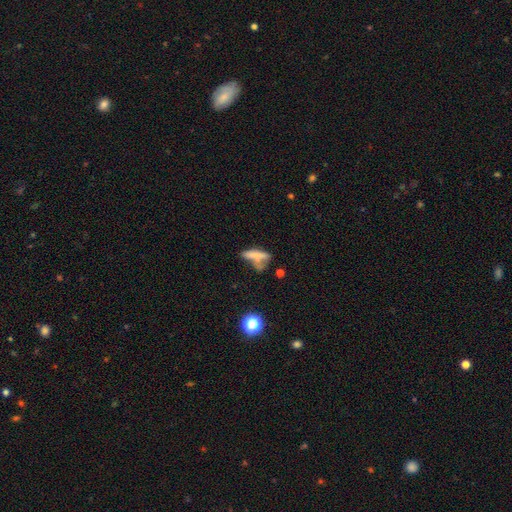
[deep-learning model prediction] This appears to be a smooth galaxy with no disk features (57%) that is cigar-shaped (50%). Merging: none (31%).